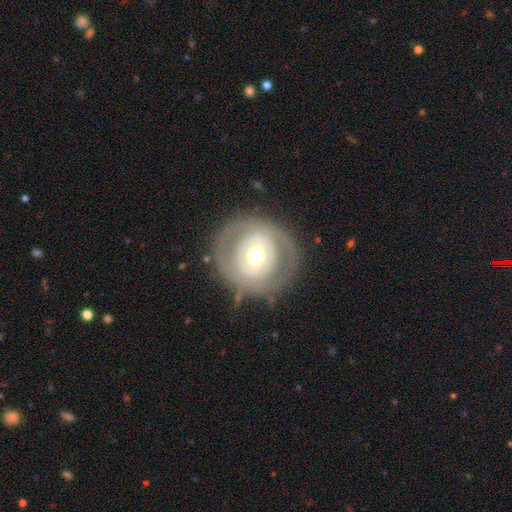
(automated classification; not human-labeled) smooth_or_featured: featured or disk (p=0.64) [alt: smooth p=0.31]
disk_edge_on: no (p=0.96) [alt: yes p=0.04]
bar: no (p=0.56) [alt: weak p=0.29]
has_spiral_arms: no (p=0.66) [alt: yes p=0.34]
bulge_size: moderate (p=0.69) [alt: small p=0.17]
merging: none (p=0.77) [alt: minor disturbance p=0.13]